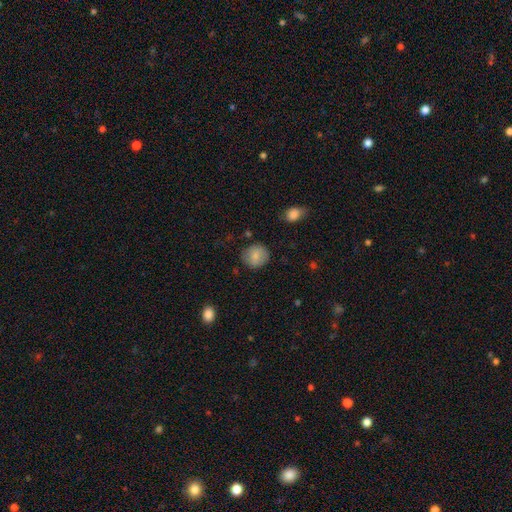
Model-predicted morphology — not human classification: The model was most divided on "smooth or featured": smooth: 80%, featured or disk: 12%, star or artifact: 8%. More confident: how rounded — round (85%); merging — none (82%).